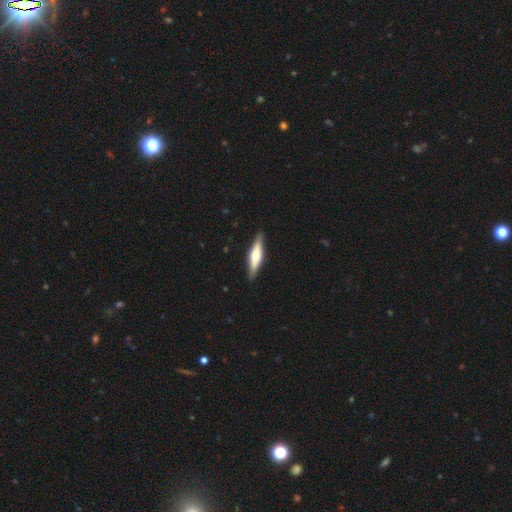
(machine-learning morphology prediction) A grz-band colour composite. It shows a featured or disk galaxy (54%) viewed edge-on (92%). Merging: none (88%).